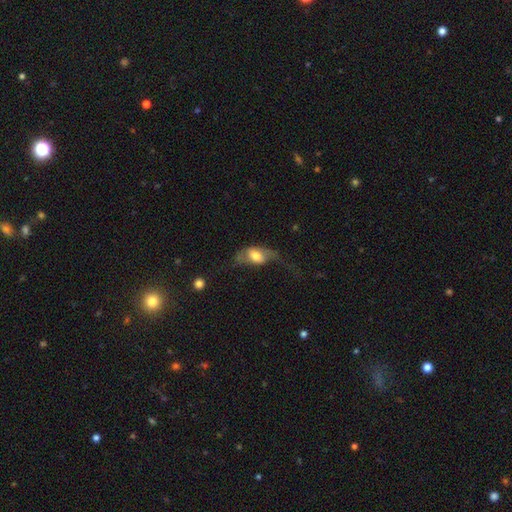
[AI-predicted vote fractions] smooth-or-featured: smooth: 59% | featured or disk: 34% | star or artifact: 7%
  how-rounded: in between: 85% | round: 10% | cigar-shaped: 5%
  merging: major disturbance: 50% | none: 24% | minor disturbance: 22% | merger: 4%